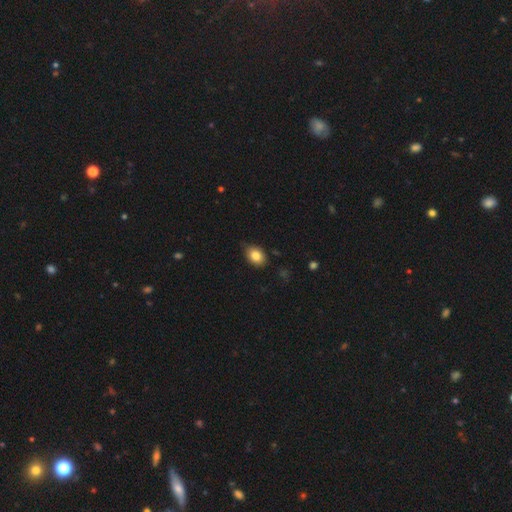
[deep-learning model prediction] Smooth or featured? Predicted: smooth (p=0.83). How rounded? Predicted: in between (p=0.72). Merging? Predicted: none (p=0.76).